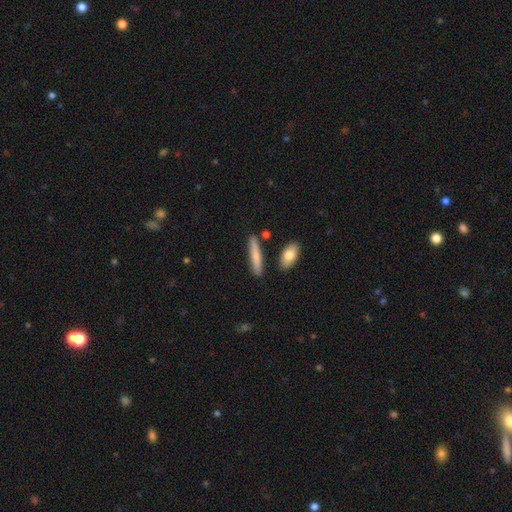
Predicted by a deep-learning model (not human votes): Smooth or featured?
  - smooth: 74% *
  - featured or disk: 20%
  - star or artifact: 6%
How rounded?
  - cigar-shaped: 84% *
  - in between: 13%
  - round: 2%
Merging?
  - none: 84% *
  - minor disturbance: 10%
  - merger: 5%
  - major disturbance: 2%